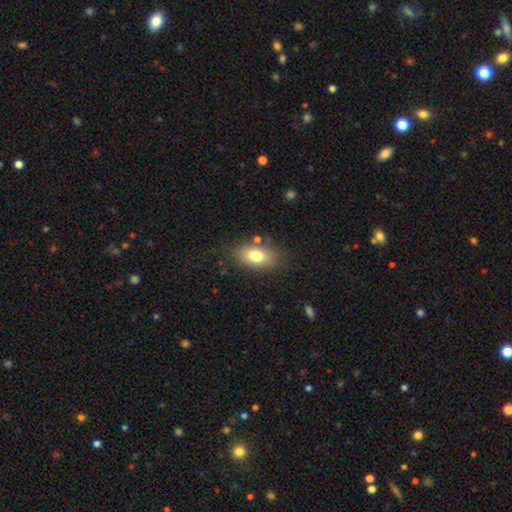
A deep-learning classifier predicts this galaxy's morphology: Smooth or featured?
  - smooth: 77% *
  - featured or disk: 14%
  - star or artifact: 9%
How rounded?
  - in between: 87% *
  - round: 11%
  - cigar-shaped: 2%
Merging?
  - none: 77% *
  - minor disturbance: 14%
  - major disturbance: 5%
  - merger: 4%